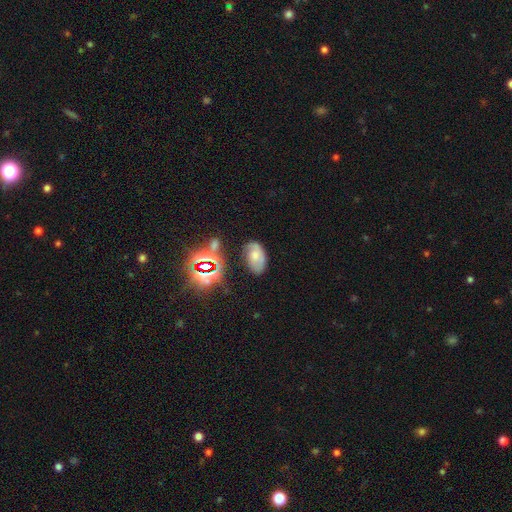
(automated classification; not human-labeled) This appears to be a smooth galaxy with no disk features (45%). Merging: none (59%).